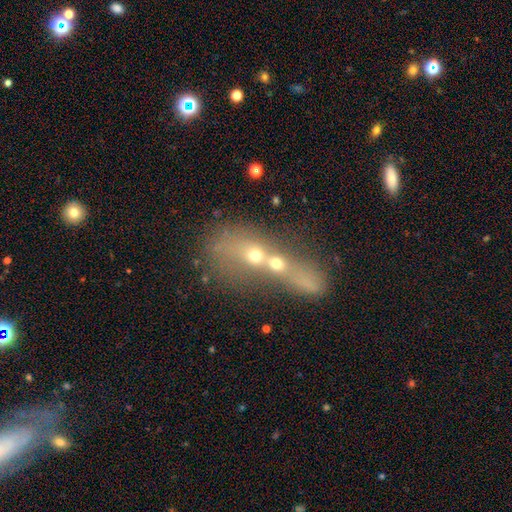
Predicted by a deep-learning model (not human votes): A smooth galaxy with no disk features (47%). Merging: merger (77%).